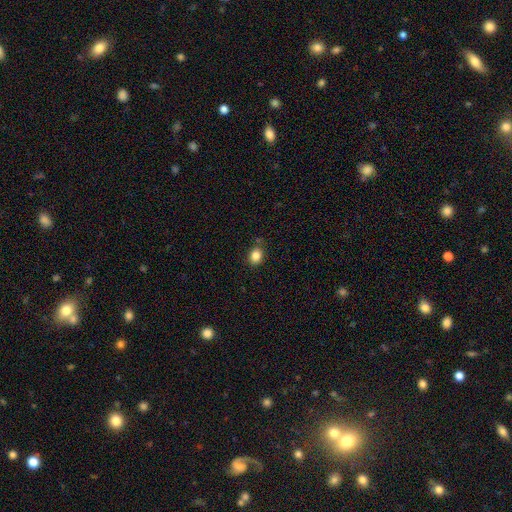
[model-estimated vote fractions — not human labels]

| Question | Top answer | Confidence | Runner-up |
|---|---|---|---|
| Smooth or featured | smooth | 86% | star or artifact (10%) |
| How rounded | in between | 54% | round (45%) |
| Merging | none | 79% | minor disturbance (14%) |